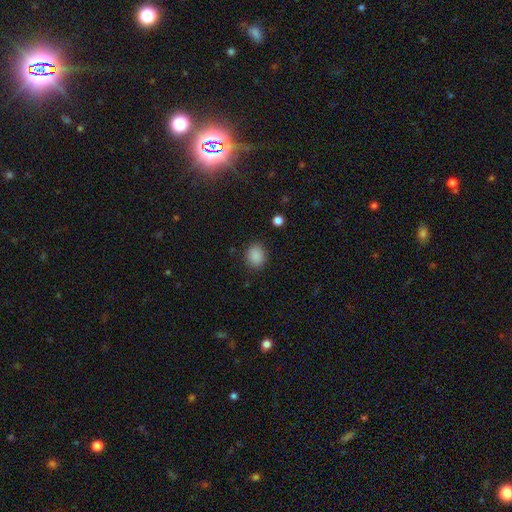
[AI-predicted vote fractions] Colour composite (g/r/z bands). It shows a smooth galaxy with no disk features (87%) that is round (62%). Merging: none (85%).